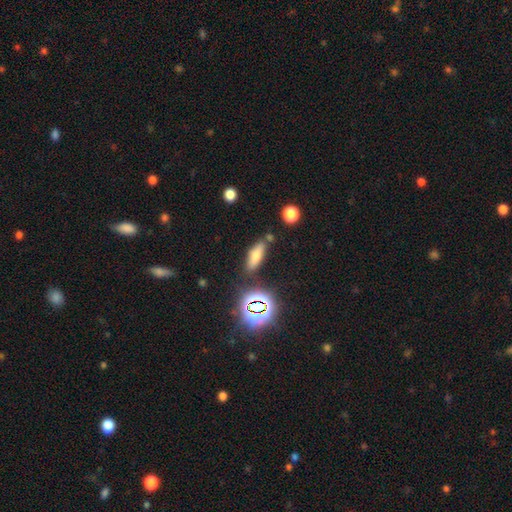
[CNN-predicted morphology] smooth_or_featured: smooth (p=0.65) [alt: star or artifact p=0.18]
how_rounded: in between (p=0.55) [alt: cigar-shaped p=0.40]
merging: none (p=0.74) [alt: minor disturbance p=0.14]